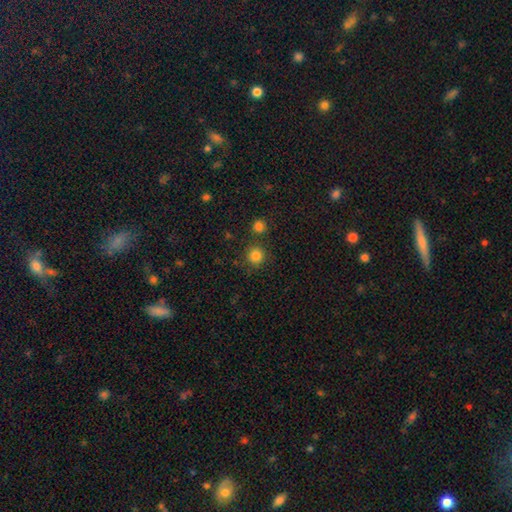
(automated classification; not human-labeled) smooth-or-featured: smooth: 83% | star or artifact: 13% | featured or disk: 4%
  how-rounded: round: 93% | in between: 6% | cigar-shaped: 1%
  merging: none: 82% | merger: 8% | minor disturbance: 7% | major disturbance: 3%